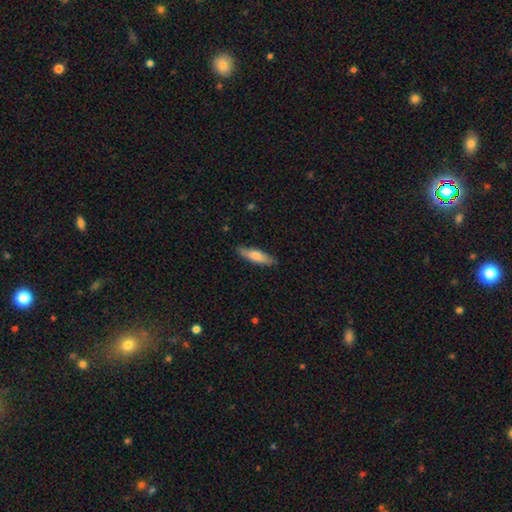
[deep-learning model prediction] Smooth or featured?
  - smooth: 70% *
  - featured or disk: 25%
  - star or artifact: 6%
How rounded?
  - cigar-shaped: 63% *
  - in between: 35%
  - round: 2%
Merging?
  - none: 85% *
  - minor disturbance: 12%
  - major disturbance: 2%
  - merger: 1%